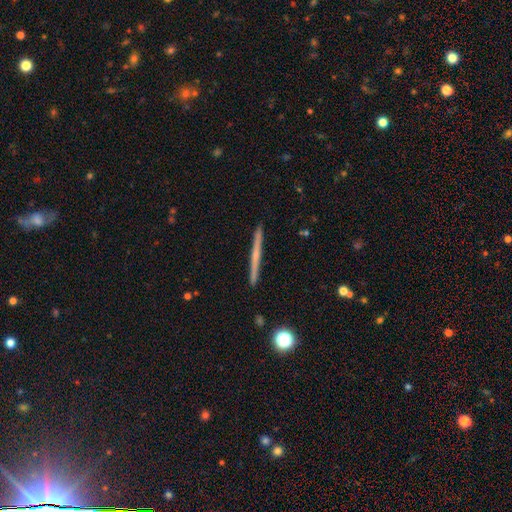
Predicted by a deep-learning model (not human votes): Smooth or featured?
  - featured or disk: 57% *
  - smooth: 36%
  - star or artifact: 6%
Edge-on disk?
  - yes: 98% *
  - no: 2%
Edge-on bulge?
  - none: 73% *
  - rounded: 22%
  - boxy: 5%
Merging?
  - none: 92% *
  - minor disturbance: 5%
  - merger: 1%
  - major disturbance: 1%